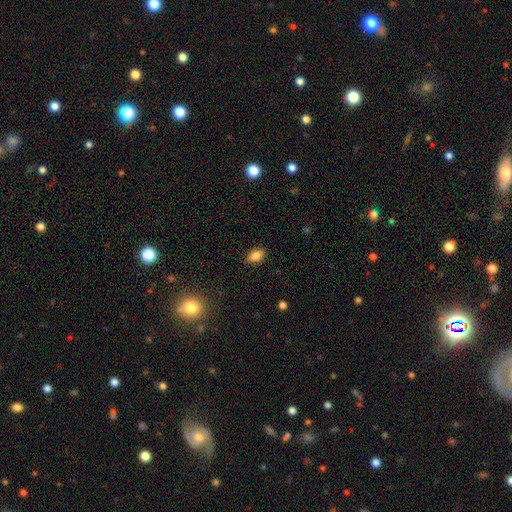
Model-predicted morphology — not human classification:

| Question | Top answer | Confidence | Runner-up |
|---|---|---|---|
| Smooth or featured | smooth | 85% | star or artifact (9%) |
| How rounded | in between | 89% | round (8%) |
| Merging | none | 88% | minor disturbance (9%) |